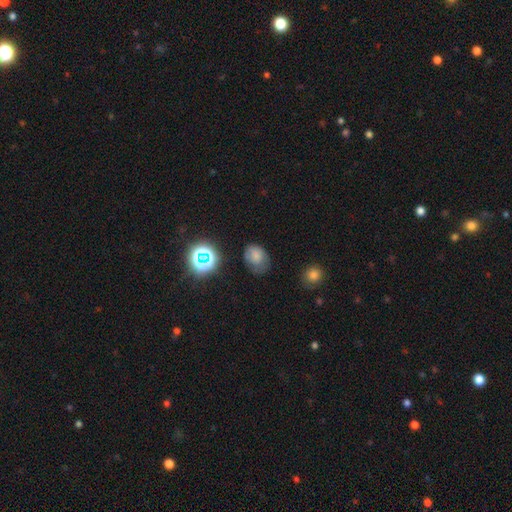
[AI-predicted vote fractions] smooth_or_featured: smooth (p=0.71) [alt: star or artifact p=0.16]
how_rounded: in between (p=0.63) [alt: round p=0.36]
merging: none (p=0.57) [alt: minor disturbance p=0.30]